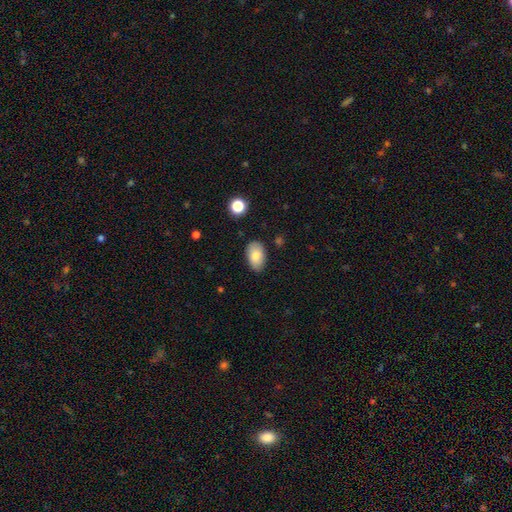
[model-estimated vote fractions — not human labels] This appears to be a smooth galaxy with no disk features (83%) that is in between round and cigar-shaped (92%). Merging: none (82%).